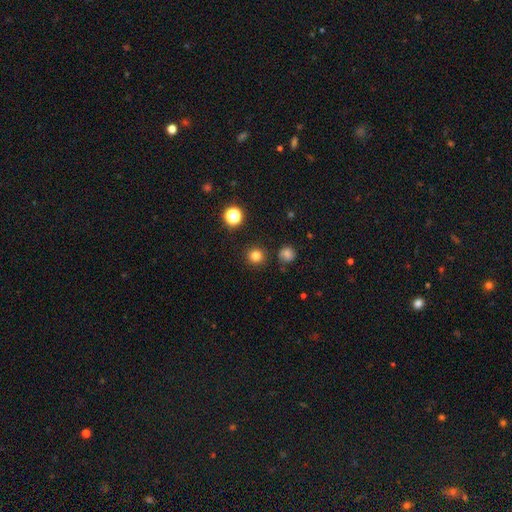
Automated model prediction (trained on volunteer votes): Morphology: type=smooth (80%); roundness=round (94%); merging=none (89%).